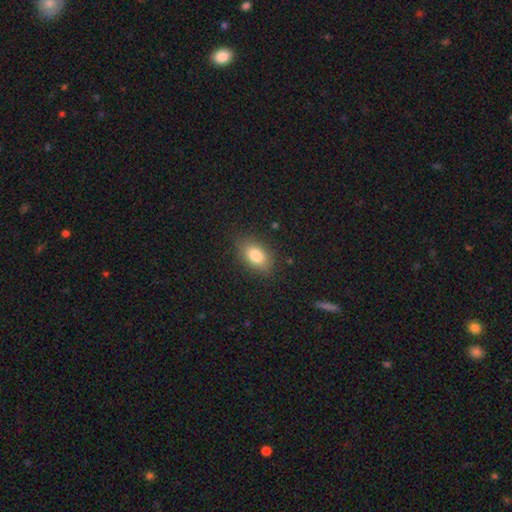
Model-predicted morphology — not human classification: This appears to be a smooth galaxy with no disk features (83%) that is in between round and cigar-shaped (89%). Merging: none (83%).